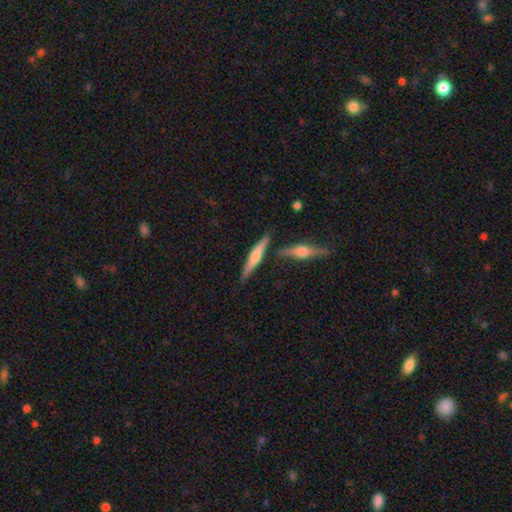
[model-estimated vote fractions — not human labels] This is possibly a featured or disk galaxy (53%). It is clearly viewed edge-on (96%). Edge-on bulge: clearly rounded (80%). Merging: likely none (78%).